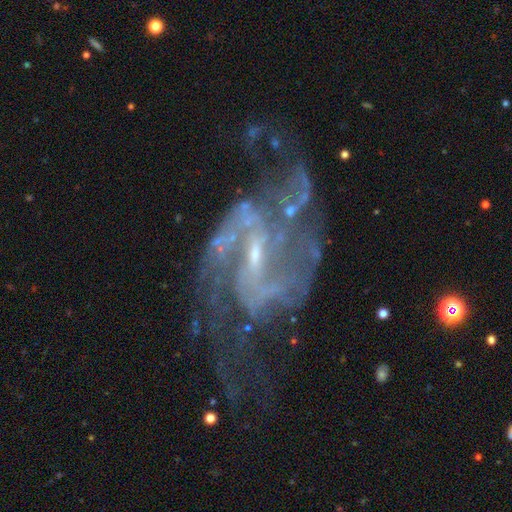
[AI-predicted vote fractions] A featured or disk galaxy (89%) with a weak bar (49%), 2 (60%) medium (48%) spiral arms (95%) and a small central bulge (72%). Merging: none (53%).